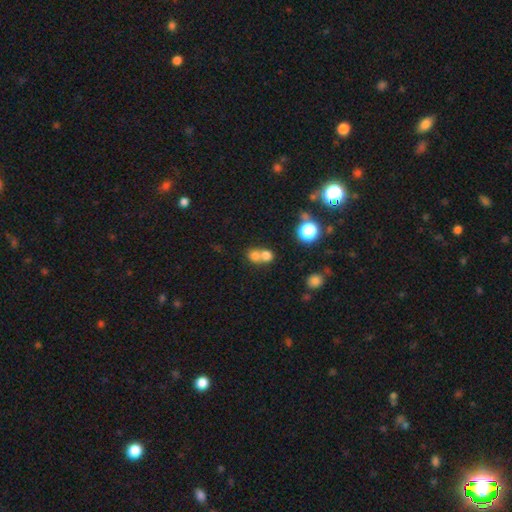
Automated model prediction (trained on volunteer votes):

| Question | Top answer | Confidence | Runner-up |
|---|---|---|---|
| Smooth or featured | smooth | 73% | star or artifact (15%) |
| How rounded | round | 73% | in between (26%) |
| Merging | merger | 62% | none (30%) |